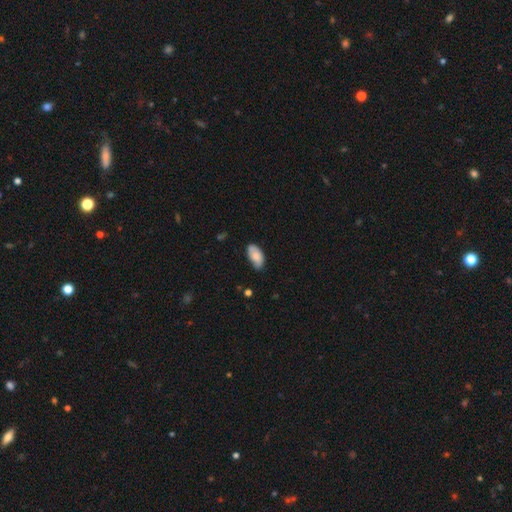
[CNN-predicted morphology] A smooth galaxy with no disk features (77%) that is in between round and cigar-shaped (95%). Merging: none (67%).